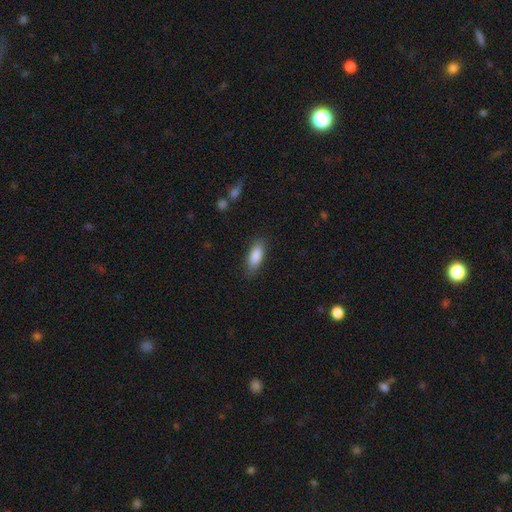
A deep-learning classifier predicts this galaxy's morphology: The model was most divided on "how rounded": in between: 78%, cigar-shaped: 20%, round: 2%. More confident: smooth or featured — smooth (87%); merging — none (84%).